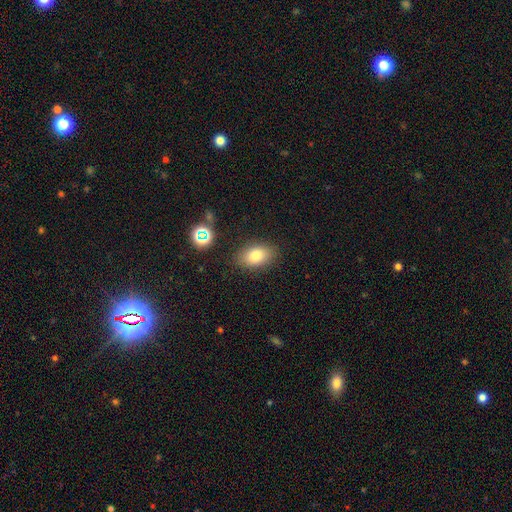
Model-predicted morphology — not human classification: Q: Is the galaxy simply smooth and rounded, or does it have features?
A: smooth — 79%.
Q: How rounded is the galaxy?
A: in between — 85%.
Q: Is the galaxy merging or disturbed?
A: none — 84%.